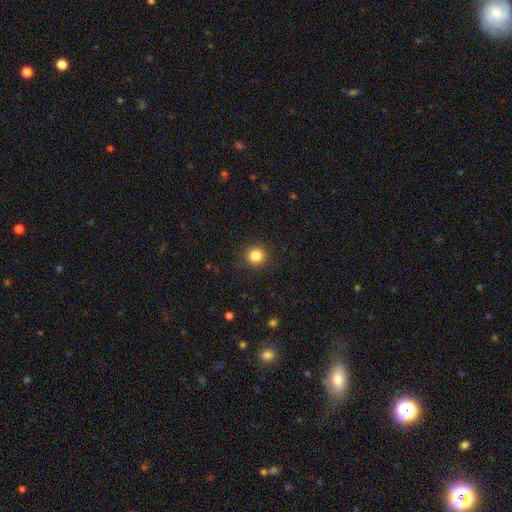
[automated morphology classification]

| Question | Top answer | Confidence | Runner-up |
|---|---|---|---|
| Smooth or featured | smooth | 85% | star or artifact (11%) |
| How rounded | round | 92% | in between (7%) |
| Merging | none | 90% | minor disturbance (7%) |